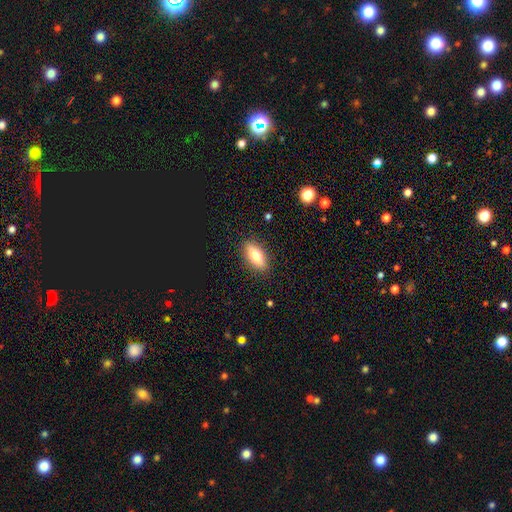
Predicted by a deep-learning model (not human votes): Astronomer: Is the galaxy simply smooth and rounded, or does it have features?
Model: smooth — 70%.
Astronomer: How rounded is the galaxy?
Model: in between — 75%.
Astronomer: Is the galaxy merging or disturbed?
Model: none — 88%.